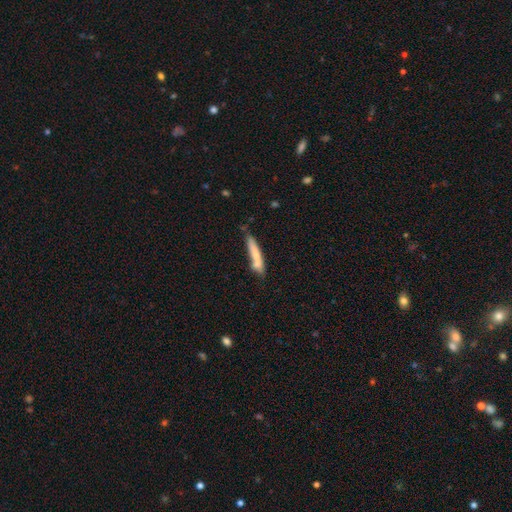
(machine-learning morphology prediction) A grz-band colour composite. It shows a smooth galaxy with no disk features (67%) that is cigar-shaped (90%). Merging: none (59%).